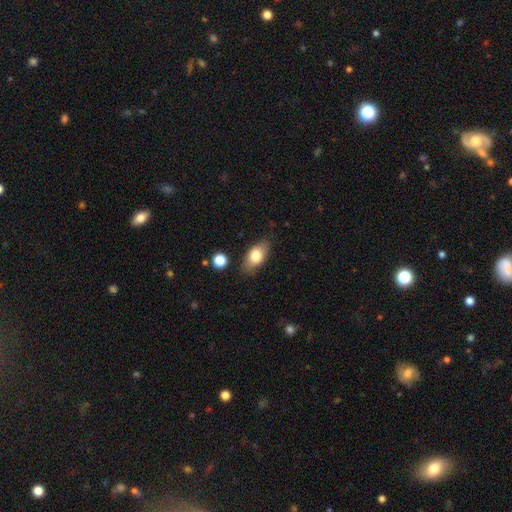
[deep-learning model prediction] A smooth galaxy with no disk features (76%) that is in between round and cigar-shaped (88%). Merging: none (81%).